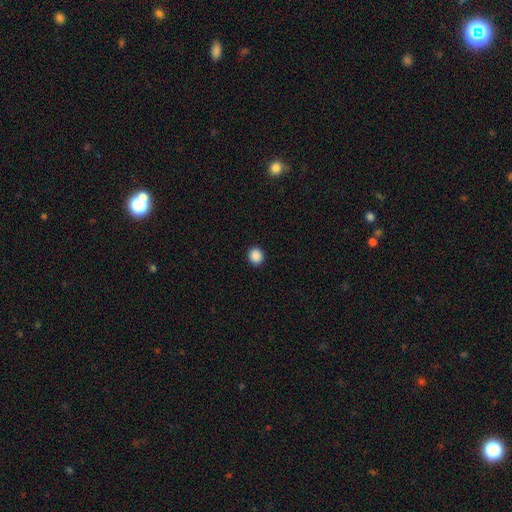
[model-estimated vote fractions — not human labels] A smooth galaxy with no disk features (89%) that is round (85%).

Vote fractions:
- Smooth or featured? smooth: 89% / star or artifact: 9% / featured or disk: 2%
- How rounded? round: 85% / in between: 14% / cigar-shaped: 1%
- Merging? none: 93% / minor disturbance: 5% / major disturbance: 2% / merger: 1%